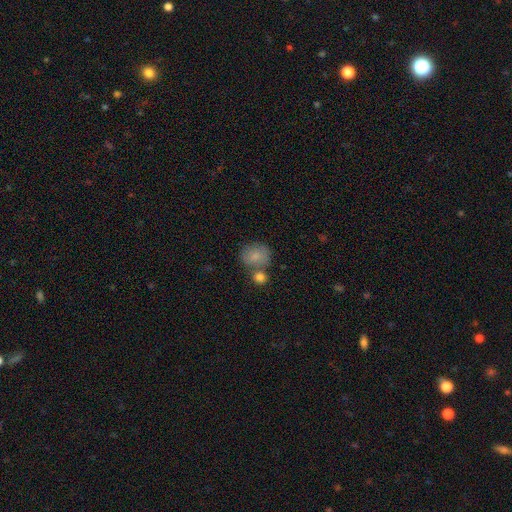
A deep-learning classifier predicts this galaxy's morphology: A smooth galaxy with no disk features (82%) that is round (65%).

Vote fractions:
- Smooth or featured? smooth: 82% / featured or disk: 10% / star or artifact: 8%
- How rounded? round: 65% / in between: 34% / cigar-shaped: 1%
- Merging? none: 52% / merger: 29% / minor disturbance: 14% / major disturbance: 5%